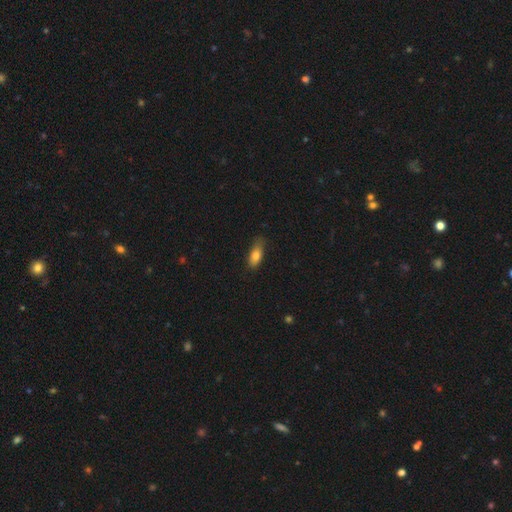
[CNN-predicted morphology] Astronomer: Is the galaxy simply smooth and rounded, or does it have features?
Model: smooth — 80%.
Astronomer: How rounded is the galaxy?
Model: in between — 76%.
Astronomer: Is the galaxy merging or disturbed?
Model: none — 69%.